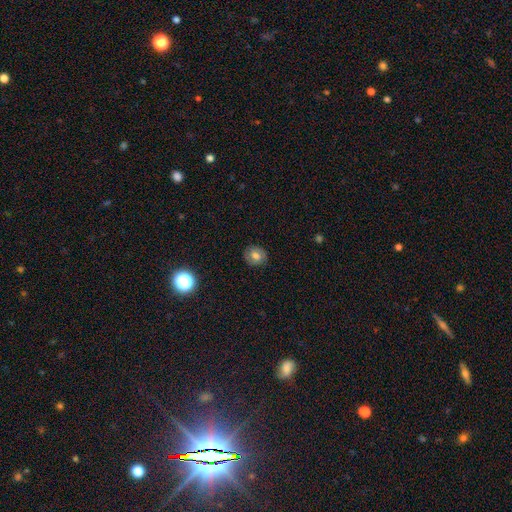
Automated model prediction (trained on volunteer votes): A smooth galaxy with no disk features (64%) that is round (72%).

Vote fractions:
- Smooth or featured? smooth: 64% / featured or disk: 24% / star or artifact: 12%
- How rounded? round: 72% / in between: 27% / cigar-shaped: 1%
- Merging? none: 85% / minor disturbance: 11% / major disturbance: 3% / merger: 1%